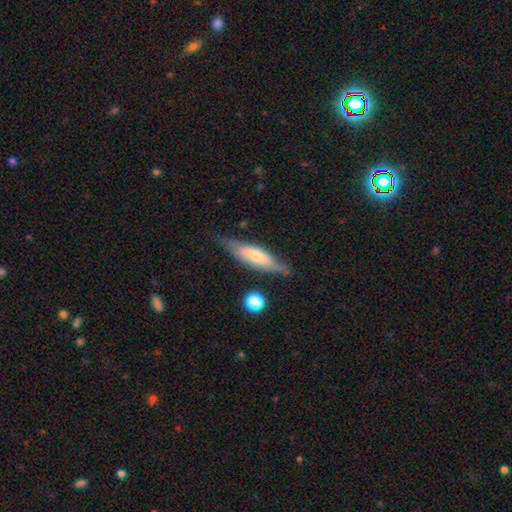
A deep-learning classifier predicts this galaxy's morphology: Smooth or featured?
  - featured or disk: 51% *
  - smooth: 42%
  - star or artifact: 6%
Edge-on disk?
  - yes: 72% *
  - no: 28%
Merging?
  - none: 70% *
  - minor disturbance: 22%
  - major disturbance: 6%
  - merger: 3%